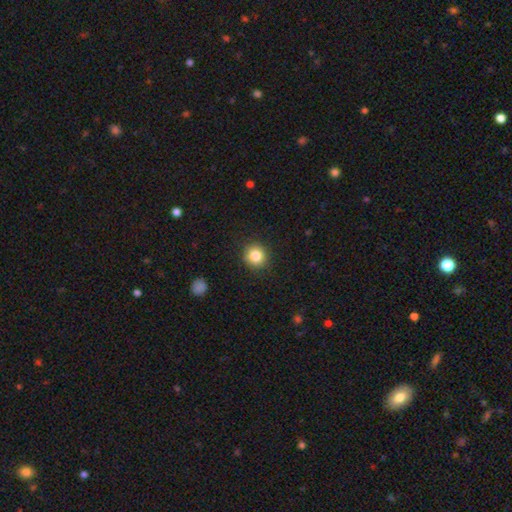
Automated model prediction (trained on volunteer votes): Smooth or featured?
  - smooth: 84% *
  - star or artifact: 10%
  - featured or disk: 6%
How rounded?
  - round: 89% *
  - in between: 10%
  - cigar-shaped: 1%
Merging?
  - none: 90% *
  - minor disturbance: 7%
  - major disturbance: 2%
  - merger: 1%